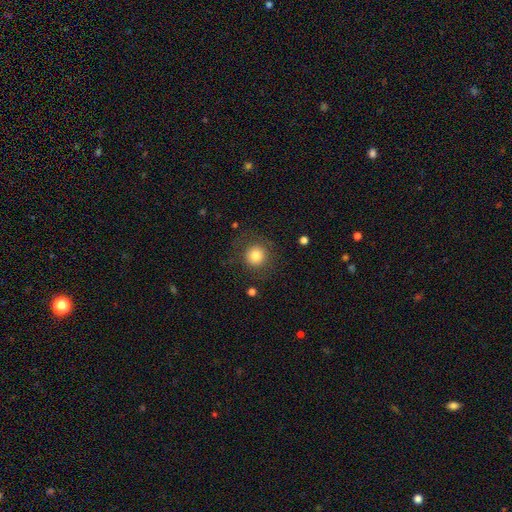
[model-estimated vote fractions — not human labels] A smooth galaxy with no disk features (80%) that is round (92%). Merging: none (81%).